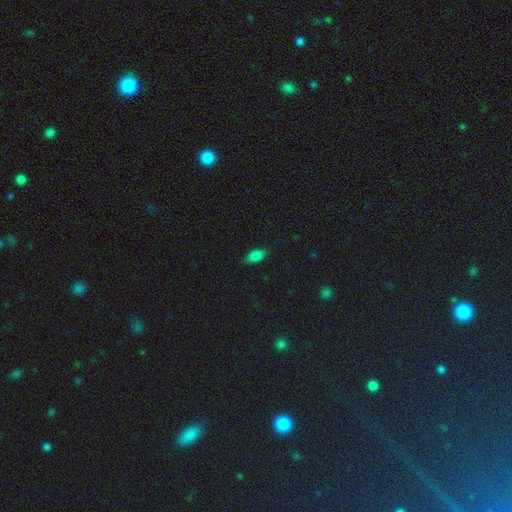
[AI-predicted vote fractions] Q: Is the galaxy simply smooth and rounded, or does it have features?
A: smooth — 79%.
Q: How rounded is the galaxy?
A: in between — 89%.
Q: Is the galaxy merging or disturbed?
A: none — 84%.